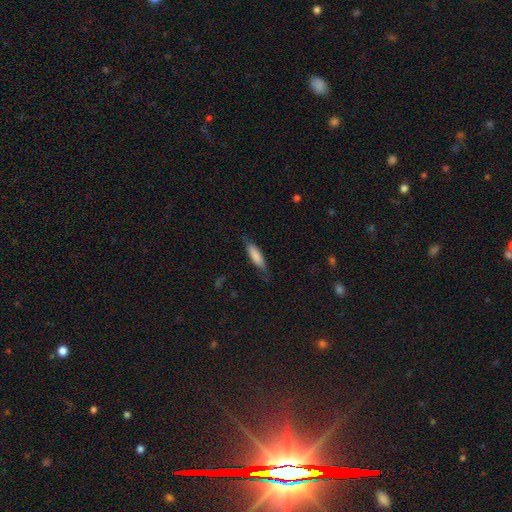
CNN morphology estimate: This is clearly a smooth galaxy (81%). How rounded: possibly cigar-shaped (59%). Merging: likely none (75%).